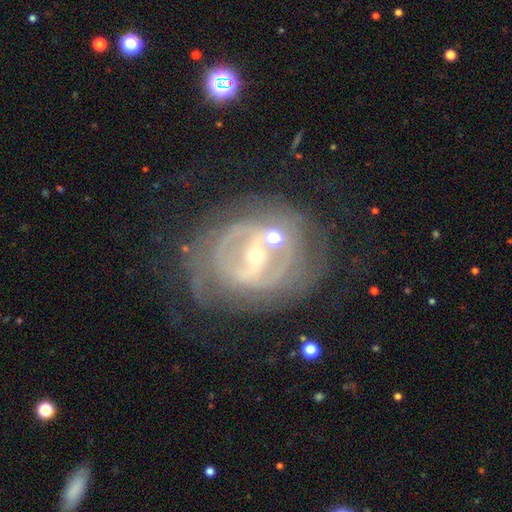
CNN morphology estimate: Smooth or featured?
  - featured or disk: 83% *
  - smooth: 10%
  - star or artifact: 8%
Edge-on disk?
  - no: 95% *
  - yes: 5%
Bar?
  - strong: 44% *
  - weak: 35%
  - no: 21%
Spiral arms?
  - yes: 70% *
  - no: 30%
Spiral winding?
  - tight: 60% *
  - medium: 28%
  - loose: 12%
Spiral arm count?
  - can't tell: 44% *
  - 2: 32%
  - 3: 9%
  - 4: 5%
  - 1: 5%
  - more than 4: 4%
Bulge size?
  - small: 61% *
  - moderate: 35%
  - large: 2%
  - none: 1%
  - dominant: 1%
Merging?
  - none: 57% *
  - minor disturbance: 18%
  - major disturbance: 14%
  - merger: 11%